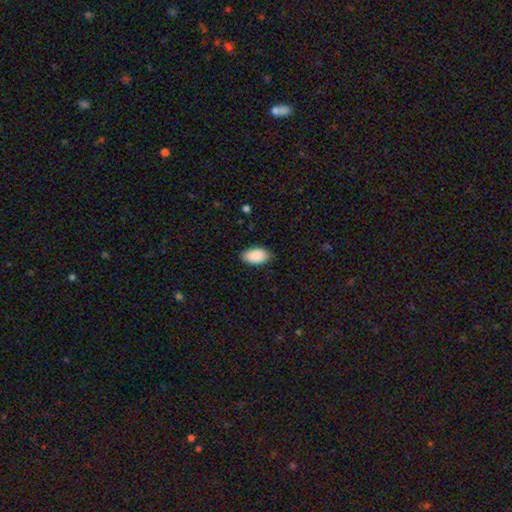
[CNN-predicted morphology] smooth 91%, star or artifact 6%, featured or disk 3%. Down the decision tree: how rounded — in between (95%); merging — none (86%).